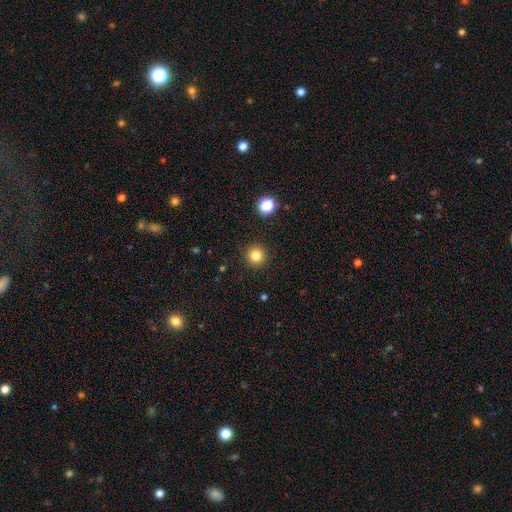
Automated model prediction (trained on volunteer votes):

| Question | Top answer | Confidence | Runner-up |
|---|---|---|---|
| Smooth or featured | smooth | 82% | star or artifact (13%) |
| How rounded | round | 95% | in between (4%) |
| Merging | none | 92% | minor disturbance (5%) |